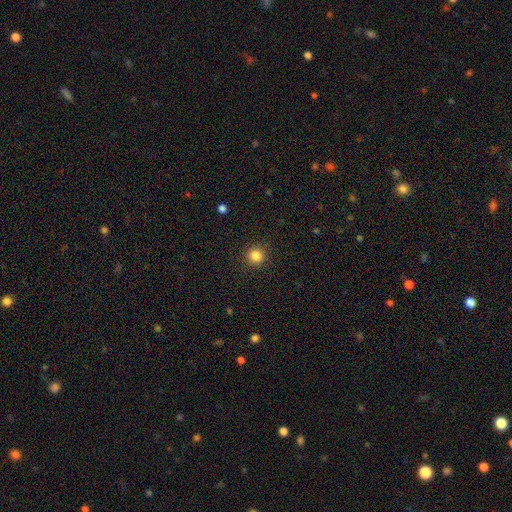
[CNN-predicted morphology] Smooth or featured? Predicted: smooth (p=0.84). How rounded? Predicted: round (p=0.94). Merging? Predicted: none (p=0.91).